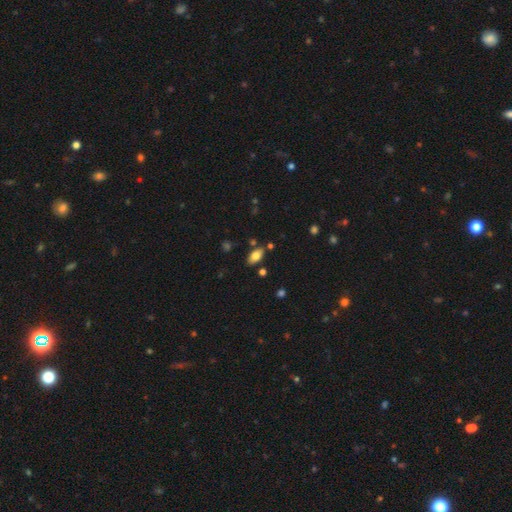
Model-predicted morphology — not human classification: Smooth or featured? smooth (78%)
How rounded? in between (91%)
Merging? none (80%)